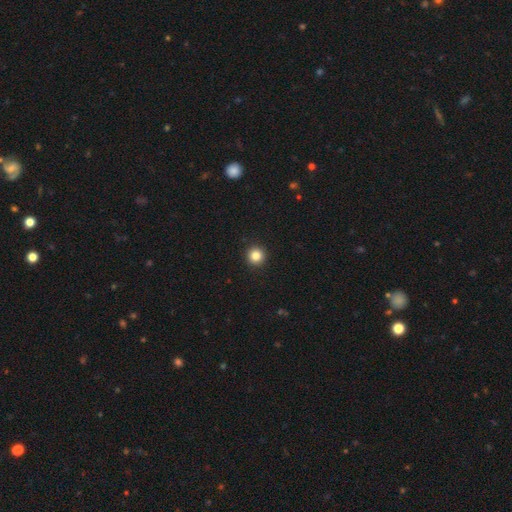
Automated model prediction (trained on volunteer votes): The model was most divided on "smooth or featured": smooth: 84%, star or artifact: 11%, featured or disk: 5%. More confident: how rounded — round (96%); merging — none (94%).